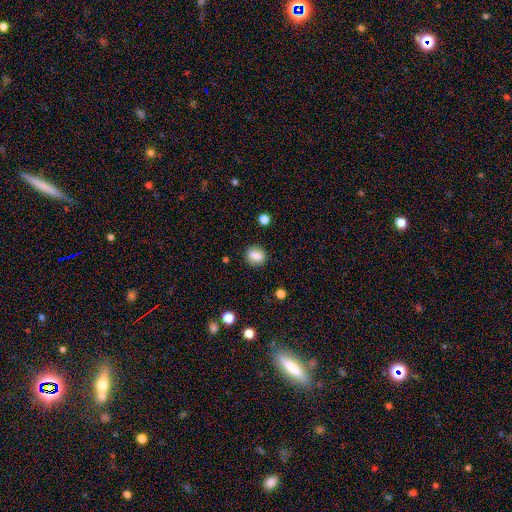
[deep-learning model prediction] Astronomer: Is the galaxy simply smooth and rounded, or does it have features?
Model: smooth — 80%.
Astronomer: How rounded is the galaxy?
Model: round — 52% (runner-up: in between, 46%).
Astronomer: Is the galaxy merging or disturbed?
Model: none — 84%.